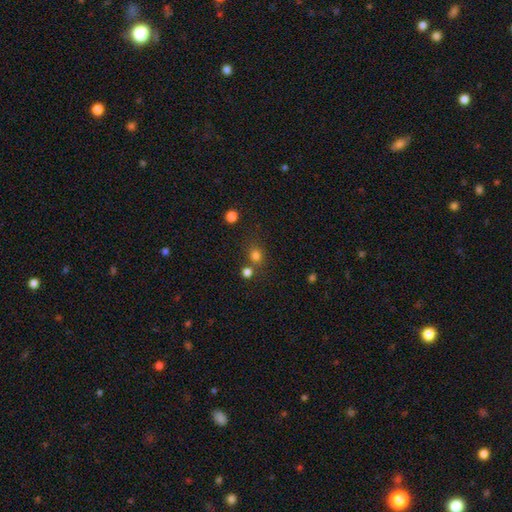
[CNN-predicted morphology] Q: Smooth or featured?
A: smooth (77%); runner-up: star or artifact (17%)
Q: How rounded?
A: round (79%); runner-up: in between (20%)
Q: Merging?
A: none (65%); runner-up: merger (21%)